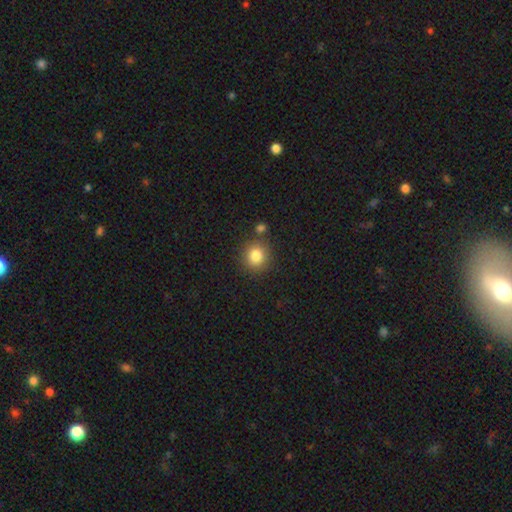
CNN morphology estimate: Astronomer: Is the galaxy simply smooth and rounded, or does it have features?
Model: smooth — 83%.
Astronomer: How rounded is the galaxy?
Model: round — 89%.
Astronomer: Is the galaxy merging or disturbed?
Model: none — 80%.